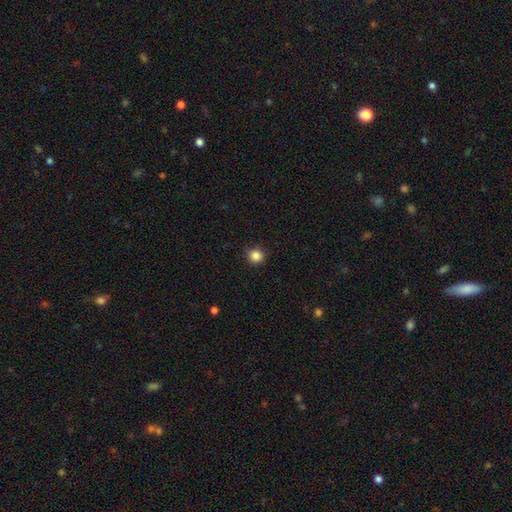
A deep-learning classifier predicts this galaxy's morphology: smooth_or_featured: smooth (p=0.85) [alt: star or artifact p=0.12]
how_rounded: round (p=0.91) [alt: in between p=0.08]
merging: none (p=0.88) [alt: minor disturbance p=0.09]